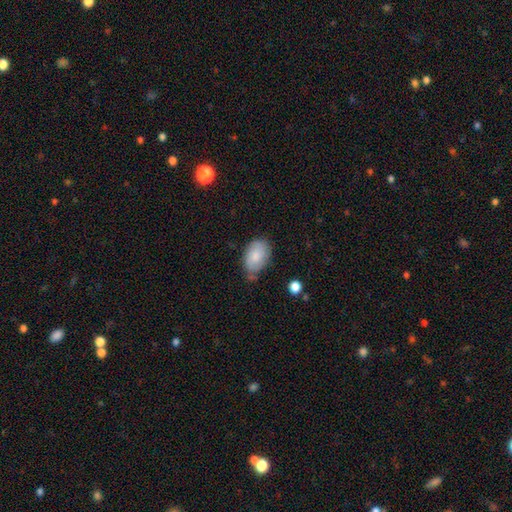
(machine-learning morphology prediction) Smooth or featured: smooth — 79% (featured or disk — 14%)
How rounded: in between — 89% (round — 10%)
Merging: none — 60% (minor disturbance — 29%)